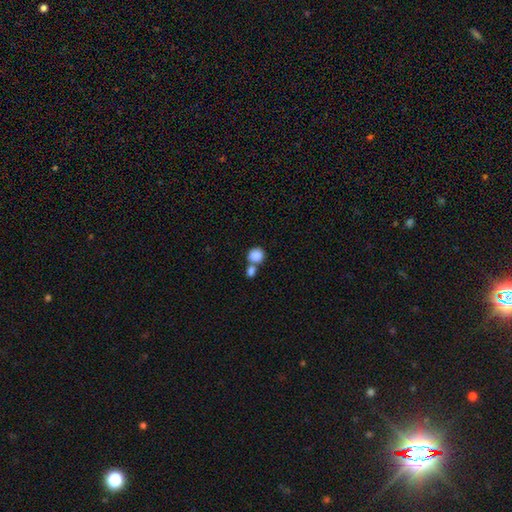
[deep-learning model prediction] smooth-or-featured: smooth: 86% | star or artifact: 8% | featured or disk: 5%
  how-rounded: round: 82% | in between: 17% | cigar-shaped: 1%
  merging: merger: 46% | none: 43% | minor disturbance: 8% | major disturbance: 4%